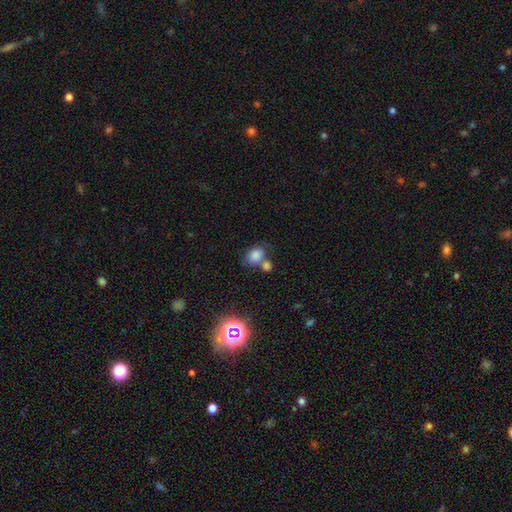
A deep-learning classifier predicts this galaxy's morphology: Smooth or featured: smooth — 80% (star or artifact — 13%)
How rounded: in between — 60% (round — 39%)
Merging: none — 44% (merger — 37%)